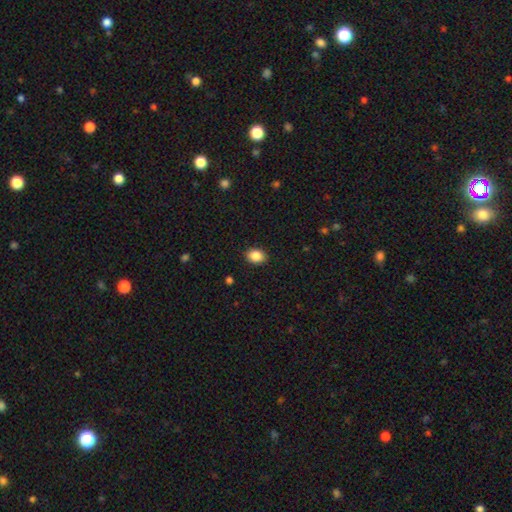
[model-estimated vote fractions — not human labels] Smooth or featured? smooth (88%)
How rounded? in between (66%)
Merging? none (90%)